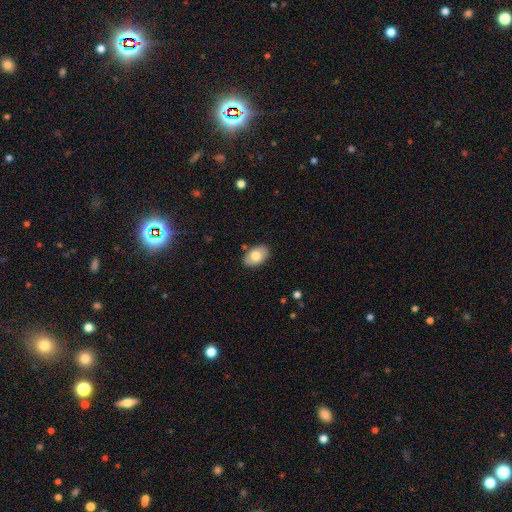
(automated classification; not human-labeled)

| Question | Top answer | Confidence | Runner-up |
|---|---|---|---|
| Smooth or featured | smooth | 75% | featured or disk (19%) |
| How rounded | in between | 90% | round (8%) |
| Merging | none | 86% | minor disturbance (10%) |